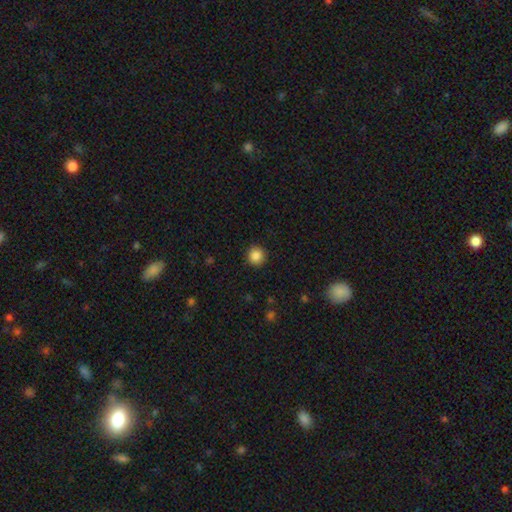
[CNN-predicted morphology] Smooth or featured? Predicted: smooth (p=0.86). How rounded? Predicted: round (p=0.94). Merging? Predicted: none (p=0.92).